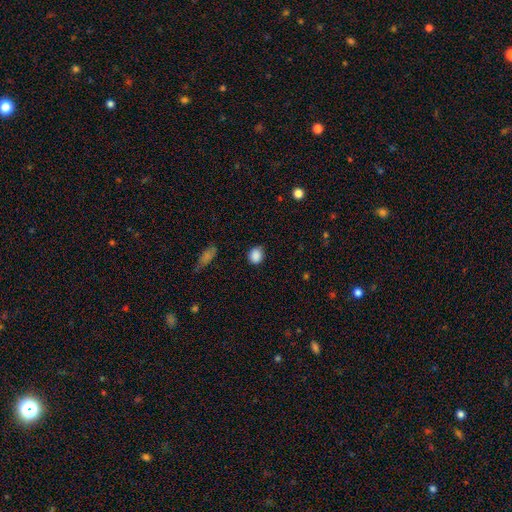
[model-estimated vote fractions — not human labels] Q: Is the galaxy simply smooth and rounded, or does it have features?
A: smooth — 88%.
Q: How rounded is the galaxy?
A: round — 71%.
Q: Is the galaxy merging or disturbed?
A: none — 83%.